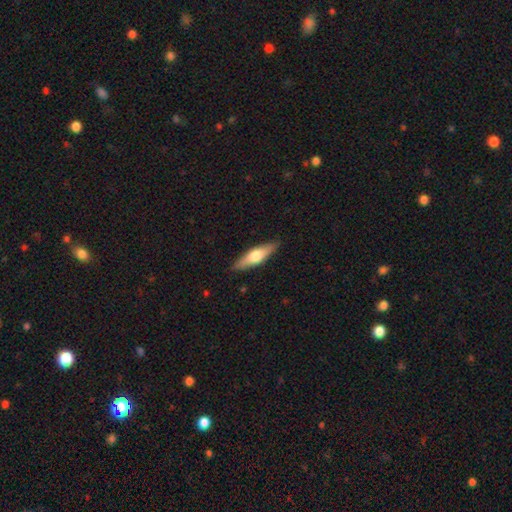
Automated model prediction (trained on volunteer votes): Overall: smooth (51%; featured or disk 44%). How rounded: cigar-shaped (63%; in between 35%). Merging: none (88%).